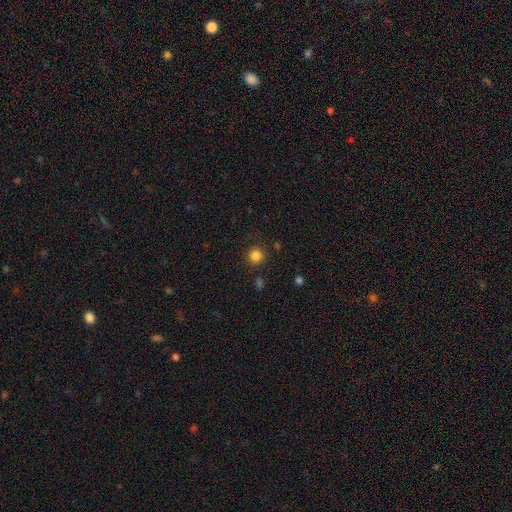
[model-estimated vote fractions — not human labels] Smooth or featured? Predicted: smooth (p=0.84). How rounded? Predicted: round (p=0.94). Merging? Predicted: none (p=0.88).